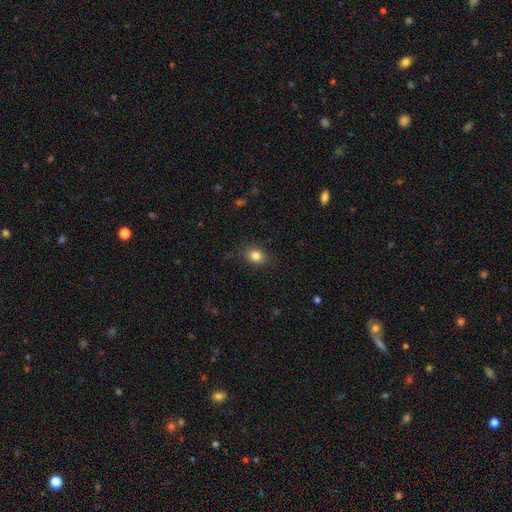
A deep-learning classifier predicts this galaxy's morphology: A smooth galaxy with no disk features (84%) that is in between round and cigar-shaped (54%).

Vote fractions:
- Smooth or featured? smooth: 84% / star or artifact: 10% / featured or disk: 6%
- How rounded? in between: 54% / round: 45% / cigar-shaped: 1%
- Merging? none: 85% / minor disturbance: 11% / major disturbance: 3% / merger: 1%